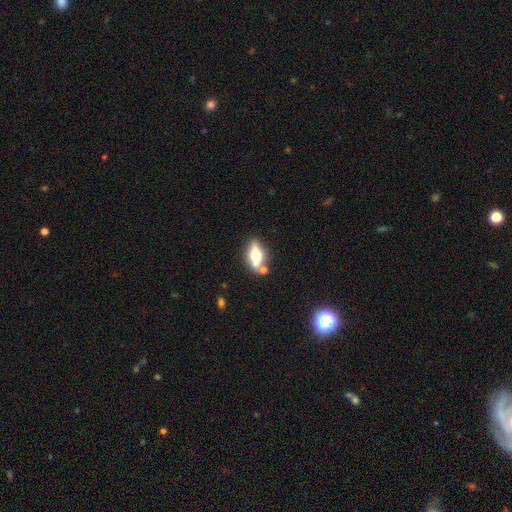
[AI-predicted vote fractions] The model was most divided on "smooth or featured": featured or disk: 49%, smooth: 43%, star or artifact: 8%. More confident: merging — none (68%).